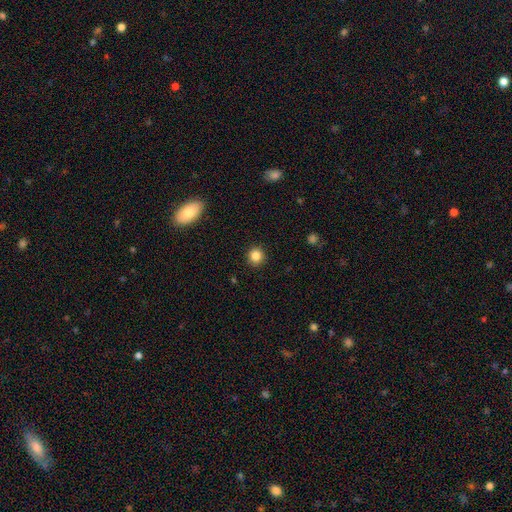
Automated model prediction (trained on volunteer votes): Smooth or featured?
  - smooth: 84% *
  - star or artifact: 11%
  - featured or disk: 5%
How rounded?
  - round: 93% *
  - in between: 6%
  - cigar-shaped: 1%
Merging?
  - none: 92% *
  - minor disturbance: 5%
  - major disturbance: 2%
  - merger: 1%